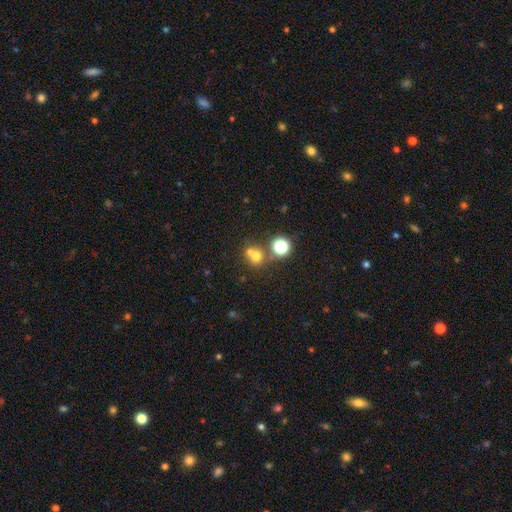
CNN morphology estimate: Smooth or featured?
  - smooth: 65% *
  - star or artifact: 21%
  - featured or disk: 14%
How rounded?
  - round: 83% *
  - in between: 16%
  - cigar-shaped: 1%
Merging?
  - none: 47% *
  - merger: 41%
  - minor disturbance: 8%
  - major disturbance: 4%